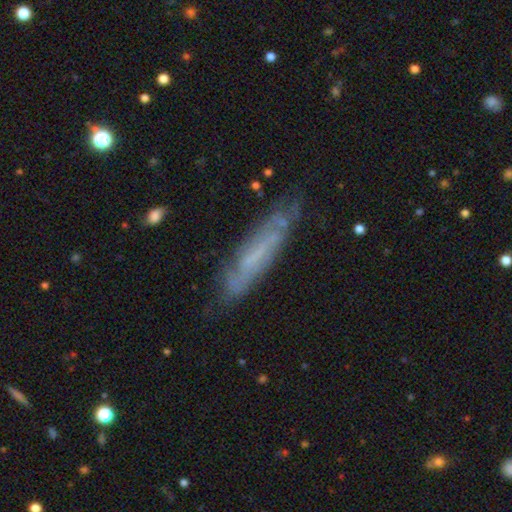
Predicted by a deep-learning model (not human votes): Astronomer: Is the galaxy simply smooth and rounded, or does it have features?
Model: featured or disk — 55% (runner-up: smooth, 36%).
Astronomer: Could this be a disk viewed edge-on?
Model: yes — 54% (runner-up: no, 46%).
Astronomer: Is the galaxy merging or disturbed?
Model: none — 74%.